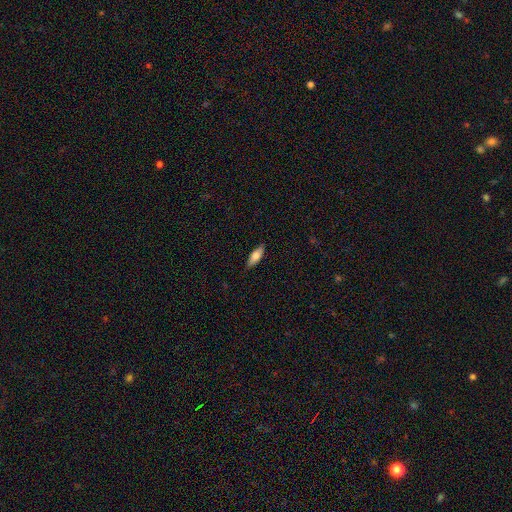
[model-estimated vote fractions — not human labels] smooth-or-featured: smooth: 71% | featured or disk: 23% | star or artifact: 6%
  how-rounded: in between: 62% | cigar-shaped: 36% | round: 2%
  merging: none: 87% | minor disturbance: 10% | major disturbance: 2% | merger: 1%